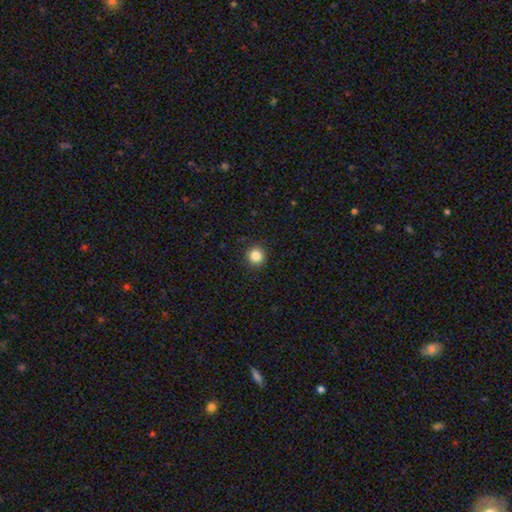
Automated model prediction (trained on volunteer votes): smooth_or_featured: smooth (p=0.85) [alt: star or artifact p=0.11]
how_rounded: round (p=0.94) [alt: in between p=0.05]
merging: none (p=0.91) [alt: minor disturbance p=0.06]